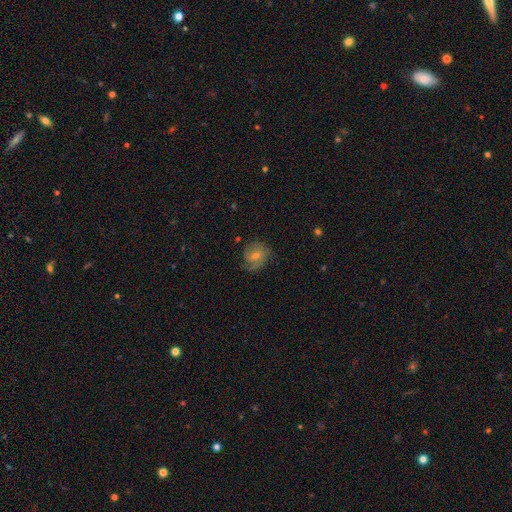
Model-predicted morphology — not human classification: smooth-or-featured: featured or disk: 64% | smooth: 25% | star or artifact: 11%
  disk-edge-on: no: 97% | yes: 3%
    bar: no: 55% | weak: 37% | strong: 7%
    has-spiral-arms: yes: 89% | no: 11%
      spiral-winding: tight: 49% | medium: 37% | loose: 14%
      spiral-arm-count: 2: 36% | can't tell: 26% | 1: 24% | 3: 9% | 4: 3% | more than 4: 3%
    bulge-size: small: 49% | moderate: 45% | none: 3% | large: 2% | dominant: 1%
  merging: none: 71% | minor disturbance: 18% | major disturbance: 10% | merger: 1%